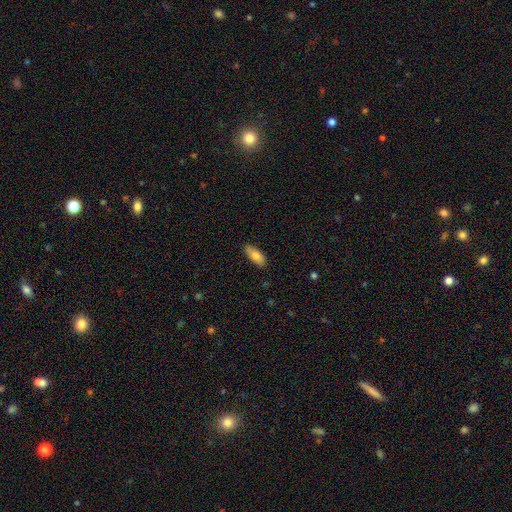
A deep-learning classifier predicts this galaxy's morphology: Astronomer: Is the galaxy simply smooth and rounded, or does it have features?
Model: smooth — 77%.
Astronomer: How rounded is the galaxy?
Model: in between — 80%.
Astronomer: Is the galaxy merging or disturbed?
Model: none — 87%.